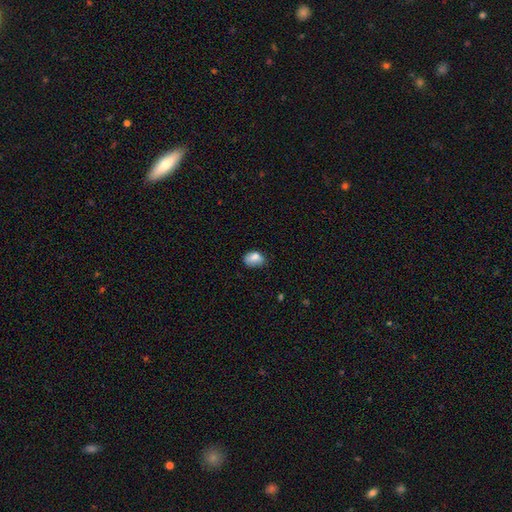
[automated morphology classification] type=smooth (80%); roundness=in between (79%); merging=none (52%).